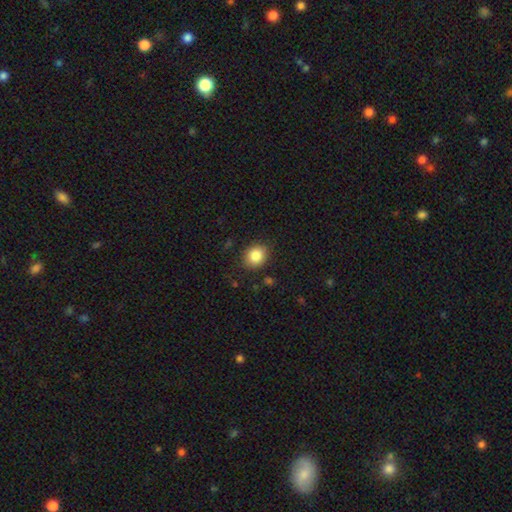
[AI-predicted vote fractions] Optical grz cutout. It shows a smooth galaxy with no disk features (85%) that is round (64%). Merging: none (85%).